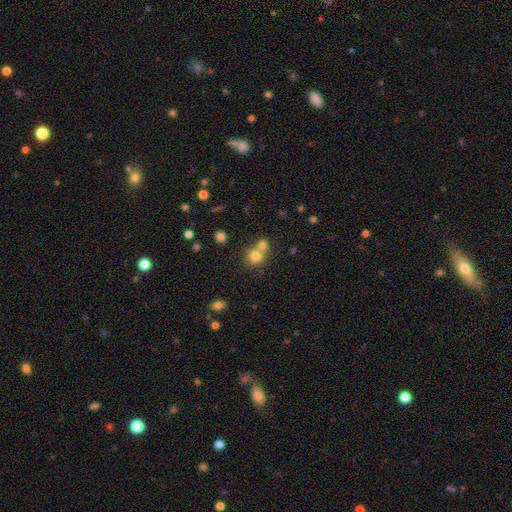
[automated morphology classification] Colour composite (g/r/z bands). It shows a smooth galaxy with no disk features (76%) that is round (84%). Merging: merger (48%).